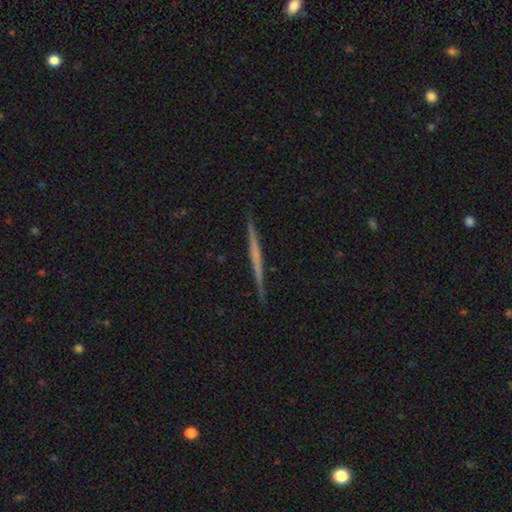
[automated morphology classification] type=featured or disk (61%); edge-on=yes (98%); edge-on bulge=none (85%); merging=none (92%).